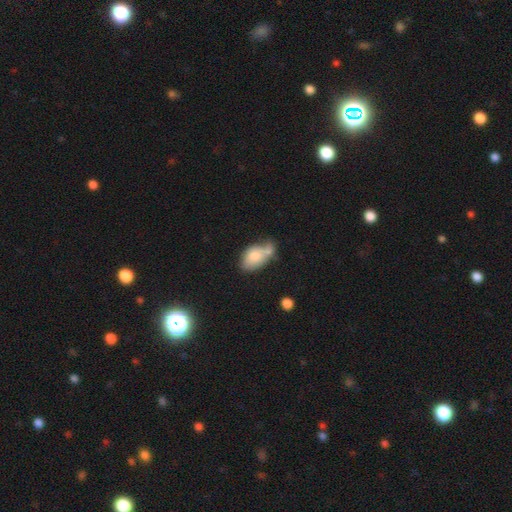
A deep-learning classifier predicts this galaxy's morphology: This is likely a smooth galaxy (75%). How rounded: clearly in between (88%). Merging: marginally merger (36%).